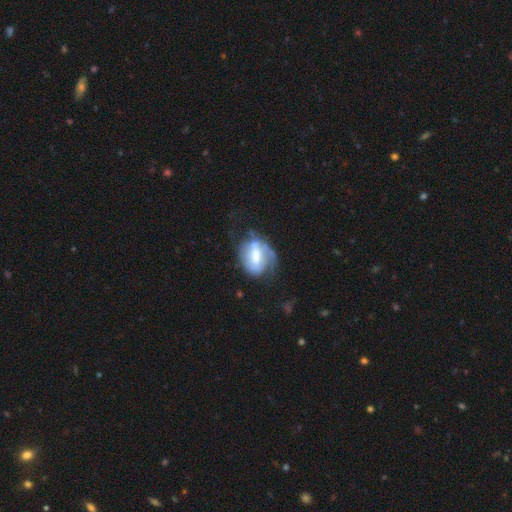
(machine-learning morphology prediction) featured or disk 63%, smooth 30%, star or artifact 7%. Down the decision tree: edge-on disk — no (95%); bar — weak (43%); spiral arms — yes (71%); bulge size — moderate (48%); merging — none (46%).